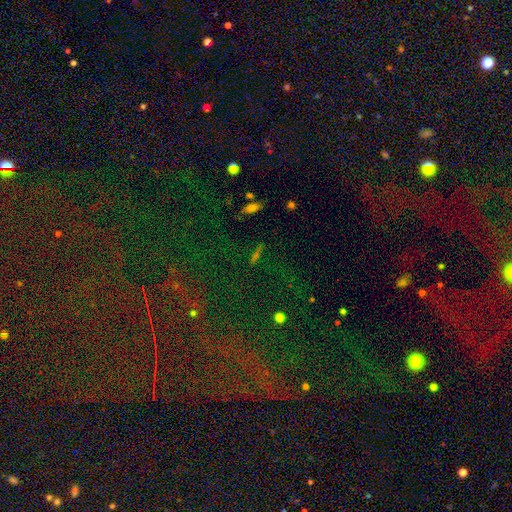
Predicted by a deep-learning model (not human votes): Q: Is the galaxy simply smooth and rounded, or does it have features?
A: star or artifact — 41%.